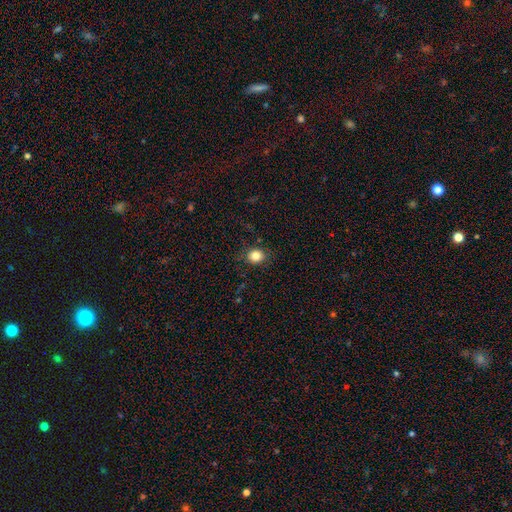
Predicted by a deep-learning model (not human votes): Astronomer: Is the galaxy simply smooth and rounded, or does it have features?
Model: smooth — 82%.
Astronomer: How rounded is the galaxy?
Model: round — 75%.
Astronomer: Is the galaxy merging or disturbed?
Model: none — 85%.